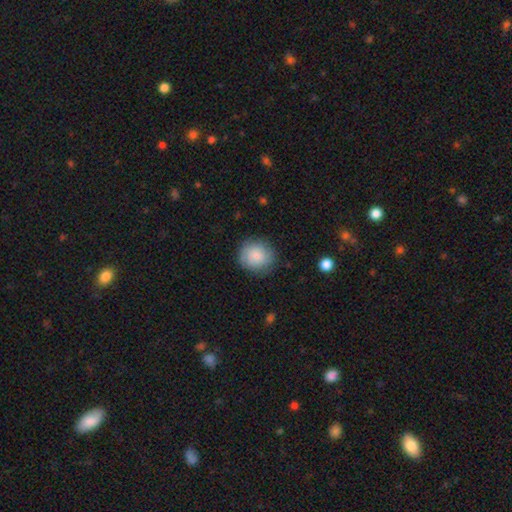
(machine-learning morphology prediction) smooth 73%, featured or disk 20%, star or artifact 8%. Down the decision tree: how rounded — round (83%); merging — none (81%).